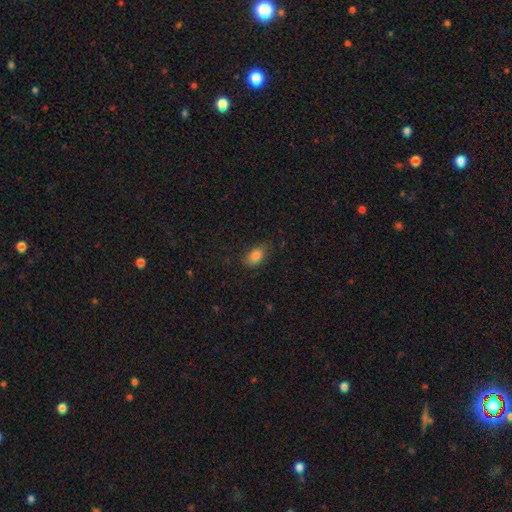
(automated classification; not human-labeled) Smooth or featured?
  - smooth: 84% *
  - star or artifact: 9%
  - featured or disk: 7%
How rounded?
  - in between: 87% *
  - round: 11%
  - cigar-shaped: 2%
Merging?
  - none: 77% *
  - minor disturbance: 18%
  - major disturbance: 4%
  - merger: 1%